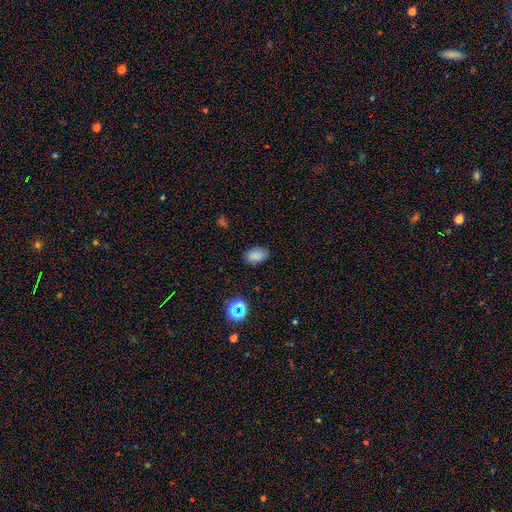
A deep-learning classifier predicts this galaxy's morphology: smooth_or_featured: smooth (p=0.82) [alt: star or artifact p=0.12]
how_rounded: in between (p=0.86) [alt: round p=0.13]
merging: none (p=0.83) [alt: minor disturbance p=0.13]